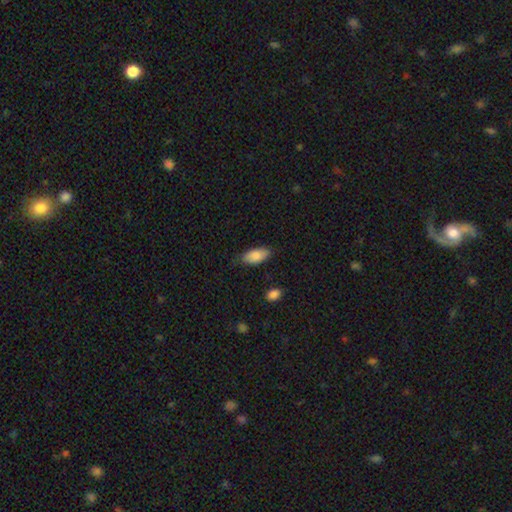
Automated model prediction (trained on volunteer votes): Morphology: type=smooth (86%); roundness=in between (88%); merging=none (76%).